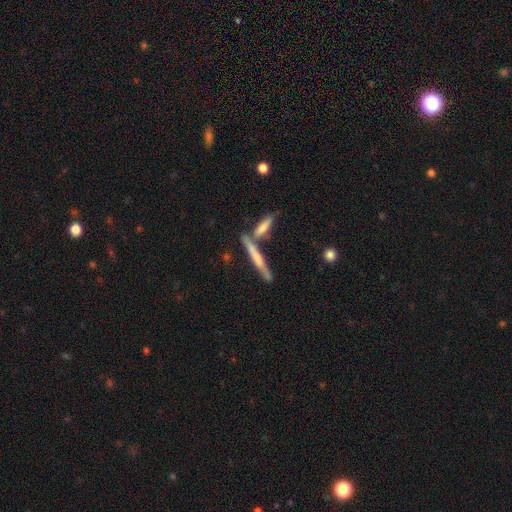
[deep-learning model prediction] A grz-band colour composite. It shows a featured or disk galaxy (47%). Merging: none (67%).